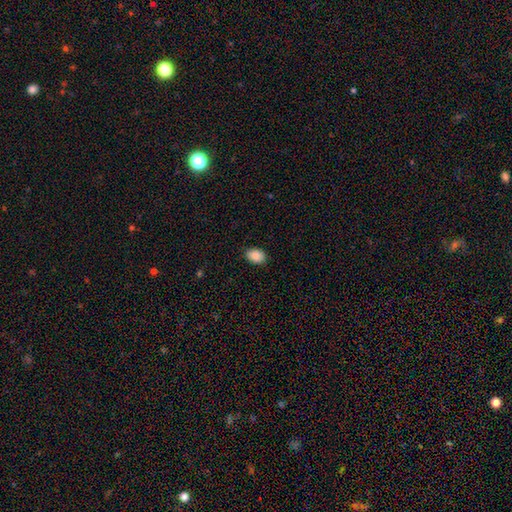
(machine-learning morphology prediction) Smooth or featured?
  - smooth: 89% *
  - star or artifact: 7%
  - featured or disk: 3%
How rounded?
  - in between: 82% *
  - round: 17%
  - cigar-shaped: 1%
Merging?
  - none: 88% *
  - minor disturbance: 9%
  - major disturbance: 2%
  - merger: 1%